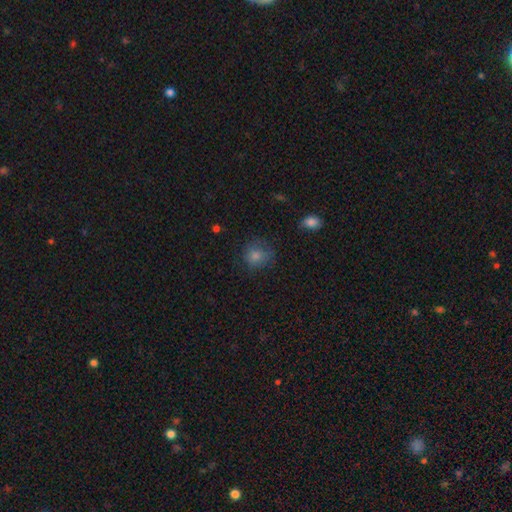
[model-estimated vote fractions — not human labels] This is likely a smooth galaxy (76%). How rounded: clearly round (84%). Merging: likely none (70%).